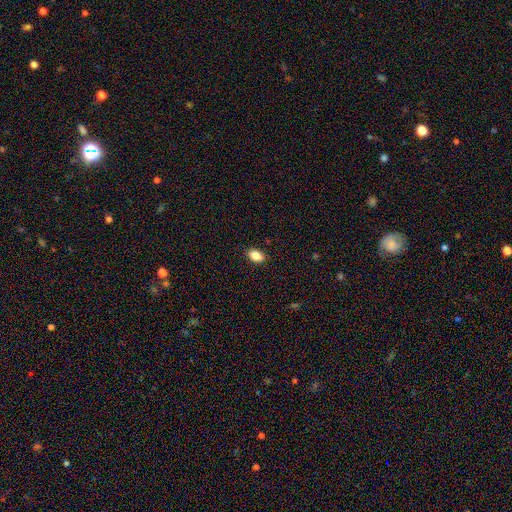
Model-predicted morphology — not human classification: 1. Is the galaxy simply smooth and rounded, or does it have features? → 86% smooth, 8% star or artifact, 6% featured or disk.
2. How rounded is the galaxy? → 86% in between, 12% round, 2% cigar-shaped.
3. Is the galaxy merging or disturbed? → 89% none, 8% minor disturbance, 2% major disturbance, 1% merger.